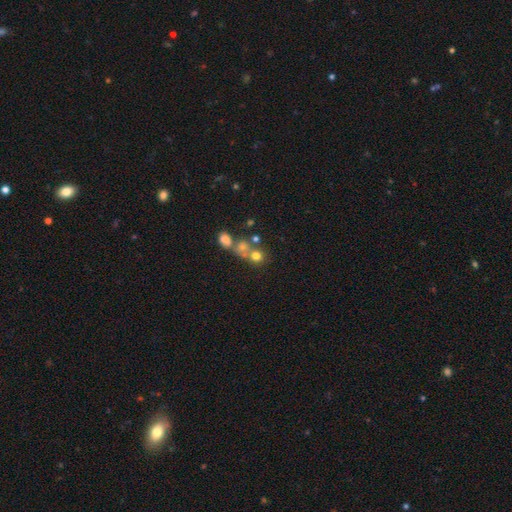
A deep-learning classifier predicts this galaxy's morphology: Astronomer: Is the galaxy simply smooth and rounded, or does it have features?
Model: smooth — 67%.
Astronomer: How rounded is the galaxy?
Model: round — 83%.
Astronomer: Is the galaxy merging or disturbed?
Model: none — 44% (runner-up: merger, 42%).